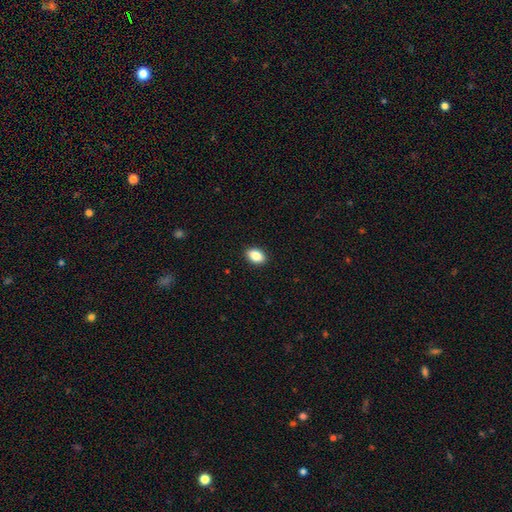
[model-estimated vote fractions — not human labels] The model was most divided on "how rounded": in between: 84%, round: 15%, cigar-shaped: 1%. More confident: merging — none (91%); smooth or featured — smooth (87%).